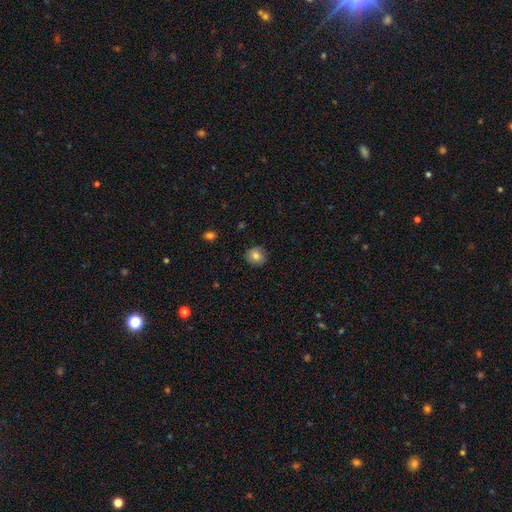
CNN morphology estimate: smooth_or_featured: smooth (p=0.78) [alt: featured or disk p=0.13]
how_rounded: round (p=0.79) [alt: in between p=0.20]
merging: none (p=0.83) [alt: minor disturbance p=0.13]